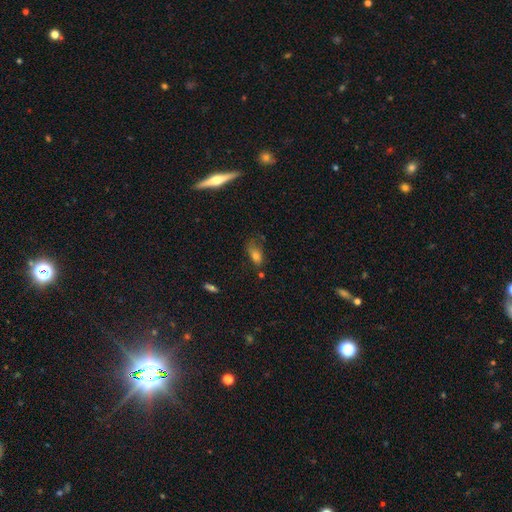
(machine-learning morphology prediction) This is likely a smooth galaxy (74%). How rounded: clearly in between (84%). Merging: marginally none (43%).